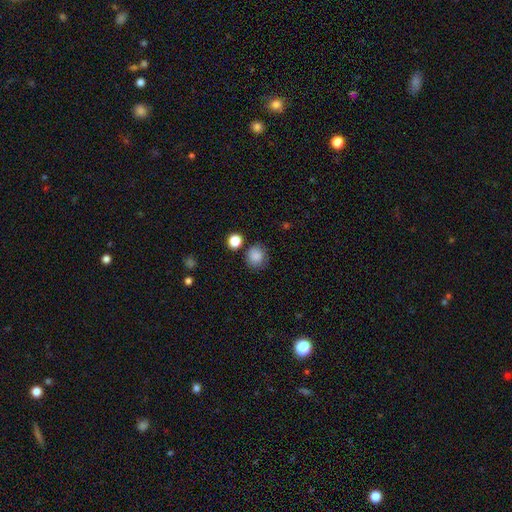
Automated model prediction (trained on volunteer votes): smooth-or-featured: smooth: 86% | star or artifact: 10% | featured or disk: 4%
  how-rounded: round: 85% | in between: 14% | cigar-shaped: 1%
  merging: none: 78% | minor disturbance: 14% | merger: 5% | major disturbance: 4%